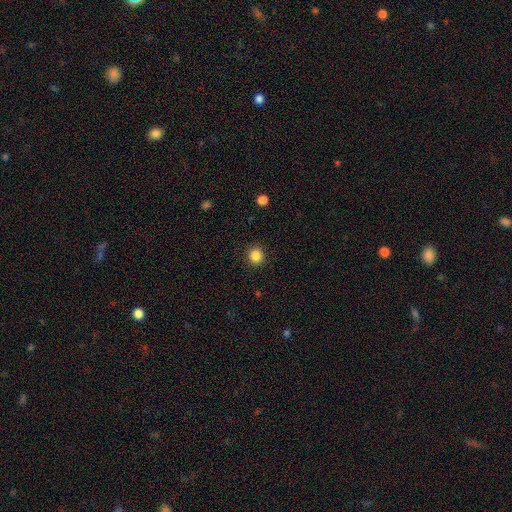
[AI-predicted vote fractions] Overall: smooth (86%). How rounded: round (90%). Merging: none (91%).